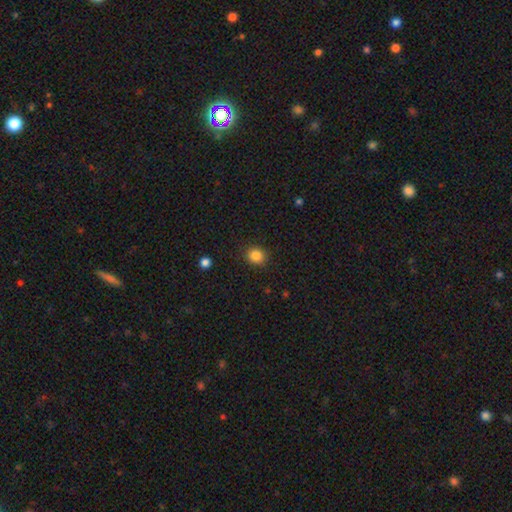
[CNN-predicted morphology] smooth-or-featured: smooth: 85% | star or artifact: 11% | featured or disk: 4%
  how-rounded: round: 78% | in between: 21% | cigar-shaped: 1%
  merging: none: 89% | minor disturbance: 7% | major disturbance: 2% | merger: 1%